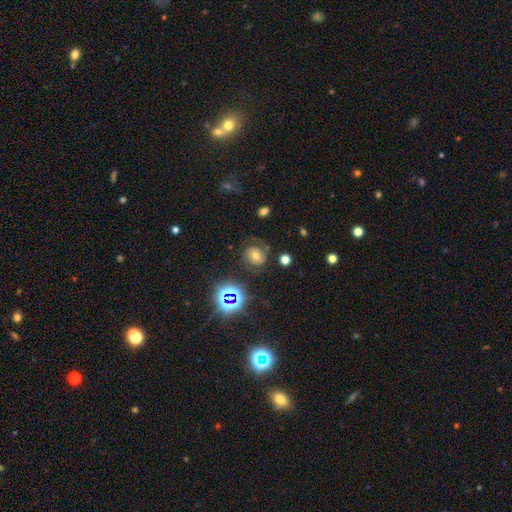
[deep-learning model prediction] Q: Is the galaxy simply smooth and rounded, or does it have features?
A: featured or disk — 46%.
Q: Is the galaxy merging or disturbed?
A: none — 67%.